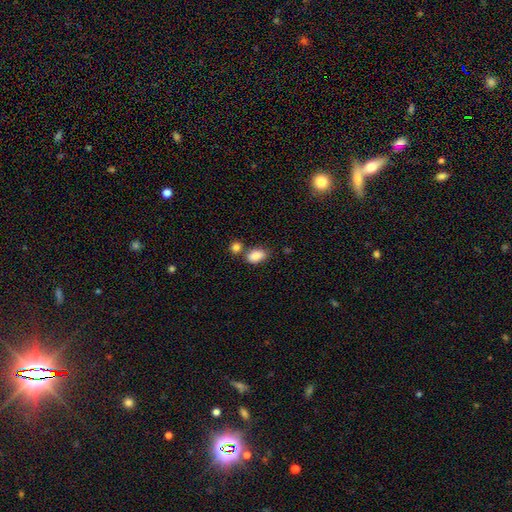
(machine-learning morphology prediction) Q: Smooth or featured?
A: smooth (86%); runner-up: star or artifact (8%)
Q: How rounded?
A: in between (90%); runner-up: round (9%)
Q: Merging?
A: none (62%); runner-up: merger (20%)